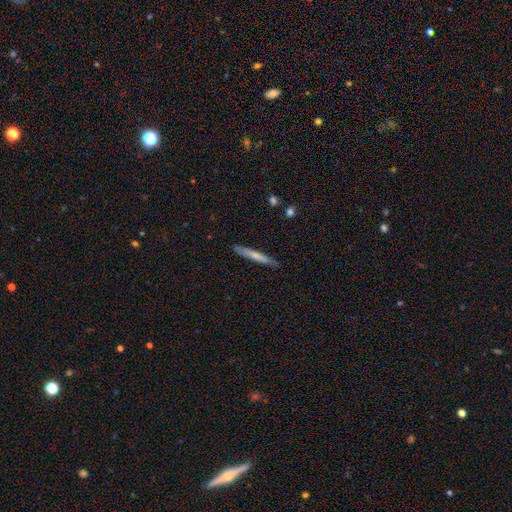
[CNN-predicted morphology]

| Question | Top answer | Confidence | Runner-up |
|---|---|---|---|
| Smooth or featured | smooth | 63% | featured or disk (32%) |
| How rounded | cigar-shaped | 96% | in between (3%) |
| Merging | none | 87% | minor disturbance (10%) |